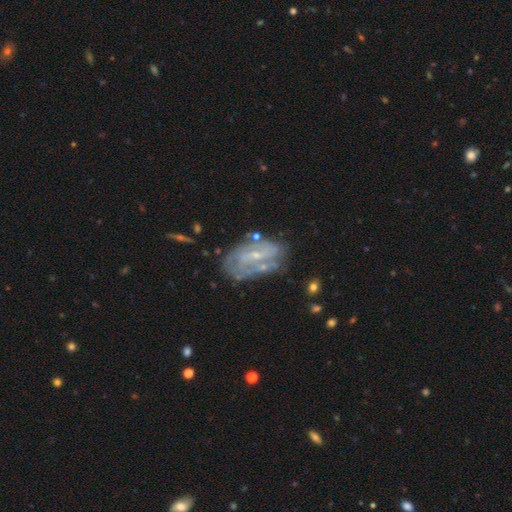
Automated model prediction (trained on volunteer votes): A featured or disk galaxy (74%) with a weak bar (43%), spiral arms (67%) and a small central bulge (74%). Merging: none (59%).